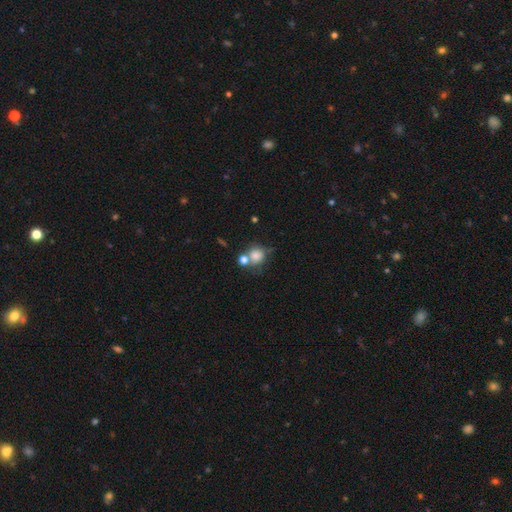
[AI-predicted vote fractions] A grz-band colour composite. It shows a smooth galaxy with no disk features (78%) that is round (81%). Merging: none (49%).